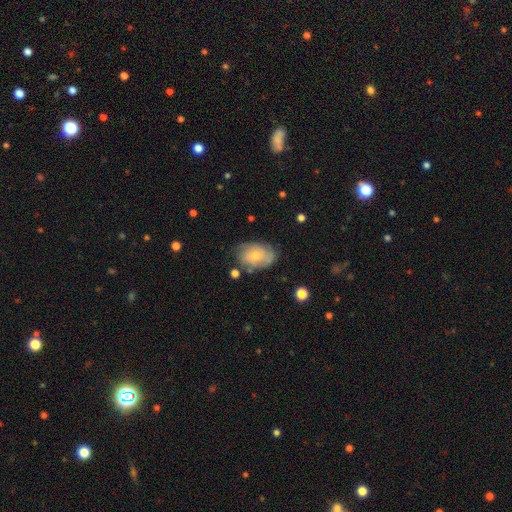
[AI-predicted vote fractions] A featured or disk galaxy (47%).

Vote fractions:
- Smooth or featured? featured or disk: 47% / smooth: 45% / star or artifact: 7%
- Merging? none: 68% / minor disturbance: 22% / major disturbance: 7% / merger: 3%